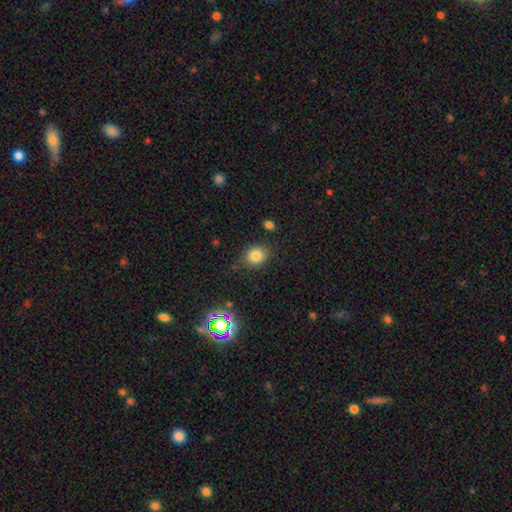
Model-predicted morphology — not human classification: This appears to be a smooth galaxy with no disk features (81%) that is round (60%). Merging: none (80%).